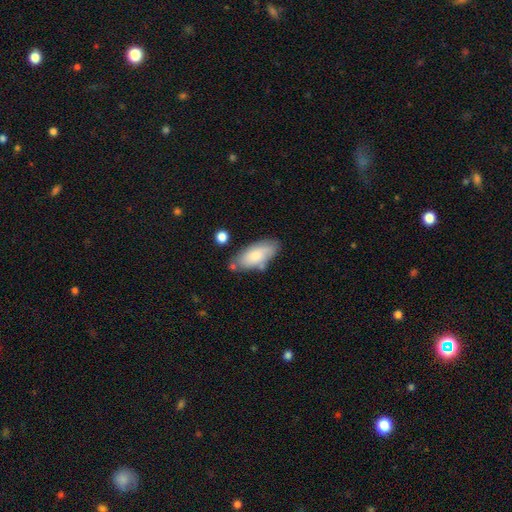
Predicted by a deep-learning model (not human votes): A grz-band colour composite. It shows a smooth galaxy with no disk features (76%) that is in between round and cigar-shaped (88%). Merging: none (64%).